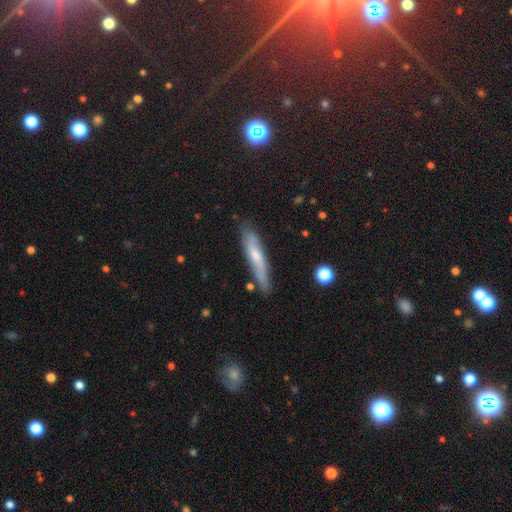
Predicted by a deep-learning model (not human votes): A smooth galaxy with no disk features (49%).

Vote fractions:
- Smooth or featured? smooth: 49% / featured or disk: 43% / star or artifact: 8%
- Merging? none: 77% / minor disturbance: 17% / major disturbance: 3% / merger: 3%